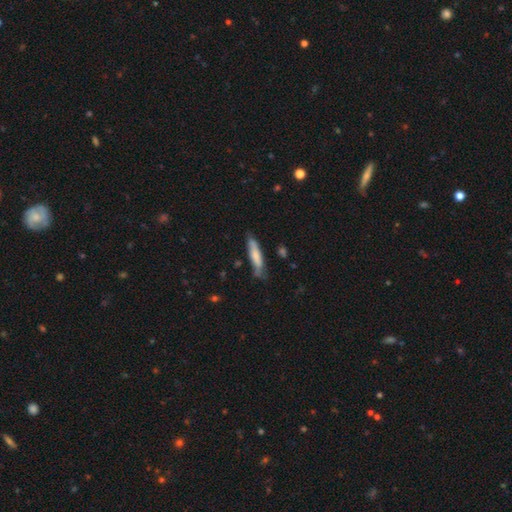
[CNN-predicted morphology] type=smooth (68%); roundness=cigar-shaped (83%); merging=none (70%).